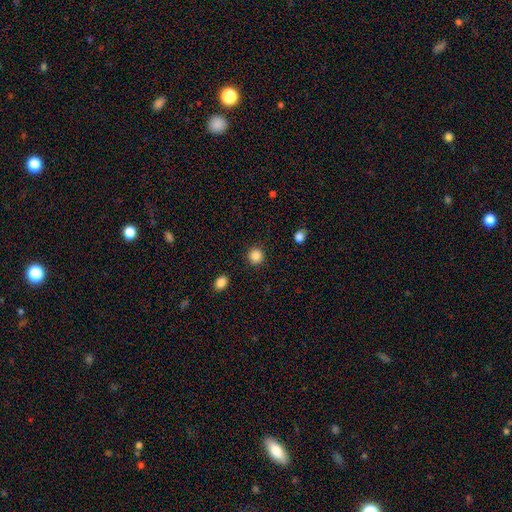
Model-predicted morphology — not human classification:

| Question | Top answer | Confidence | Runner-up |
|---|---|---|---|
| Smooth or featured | smooth | 87% | star or artifact (10%) |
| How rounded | round | 93% | in between (6%) |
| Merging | none | 91% | minor disturbance (6%) |